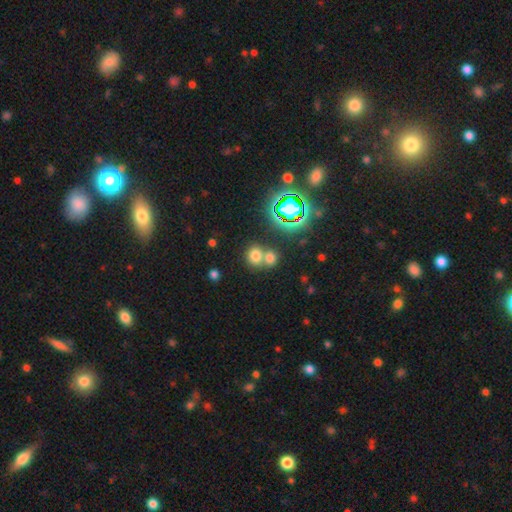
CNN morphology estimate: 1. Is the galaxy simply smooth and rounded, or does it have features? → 70% smooth, 20% star or artifact, 10% featured or disk.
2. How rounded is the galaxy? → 76% round, 23% in between, 1% cigar-shaped.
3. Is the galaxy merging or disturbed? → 46% merger, 44% none, 7% minor disturbance, 3% major disturbance.